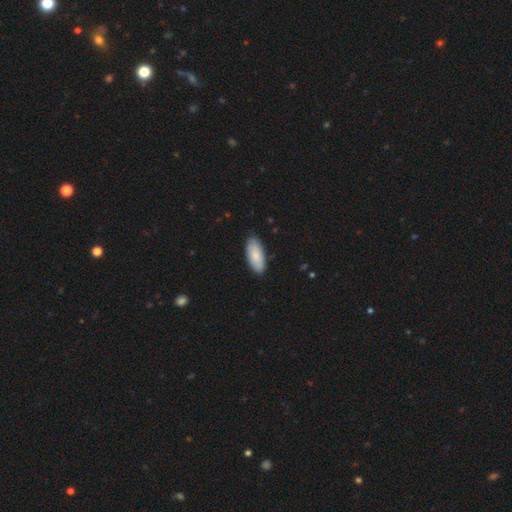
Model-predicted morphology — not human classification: type=smooth (85%); roundness=in between (86%); merging=none (85%).